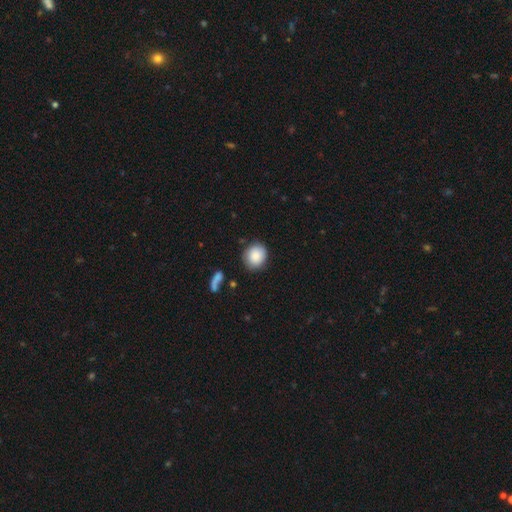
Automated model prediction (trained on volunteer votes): smooth-or-featured: smooth: 88% | star or artifact: 7% | featured or disk: 5%
  how-rounded: round: 75% | in between: 24% | cigar-shaped: 1%
  merging: none: 82% | minor disturbance: 12% | major disturbance: 3% | merger: 3%